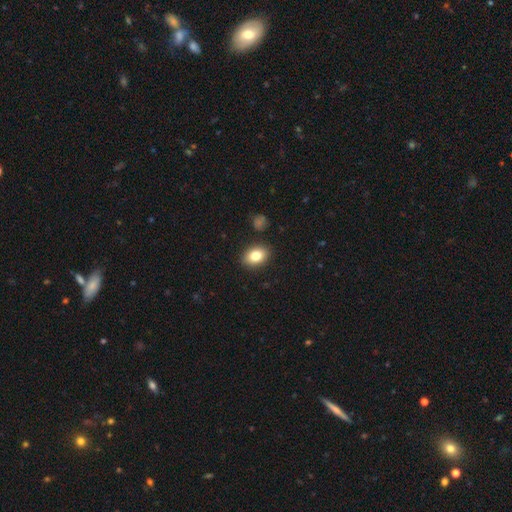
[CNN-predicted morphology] Smooth or featured? Predicted: smooth (p=0.82). How rounded? Predicted: in between (p=0.79). Merging? Predicted: none (p=0.88).